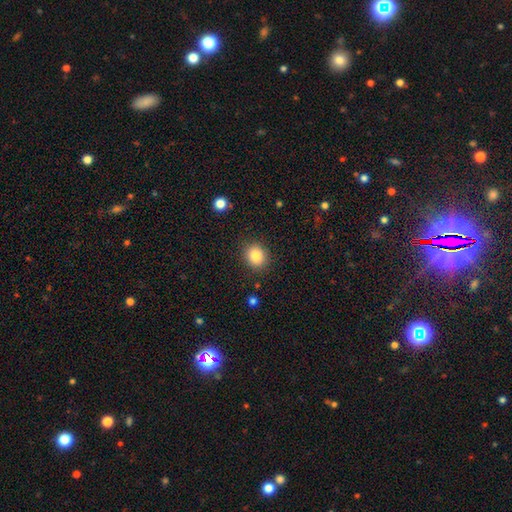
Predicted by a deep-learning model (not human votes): A smooth galaxy with no disk features (85%) that is round (72%). Merging: none (87%).